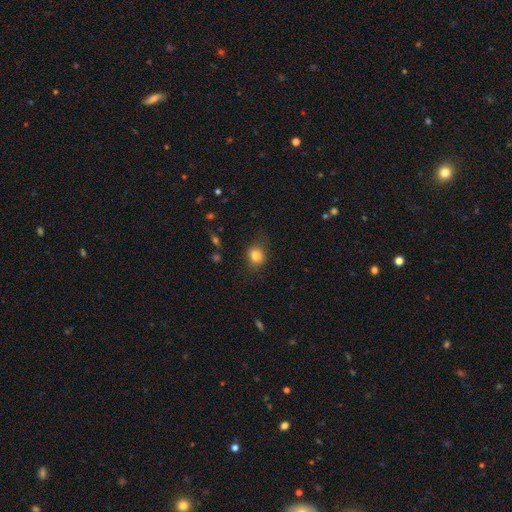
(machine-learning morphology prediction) Smooth or featured?
  - smooth: 82% *
  - star or artifact: 11%
  - featured or disk: 7%
How rounded?
  - round: 70% *
  - in between: 29%
  - cigar-shaped: 1%
Merging?
  - none: 76% *
  - minor disturbance: 17%
  - major disturbance: 5%
  - merger: 1%